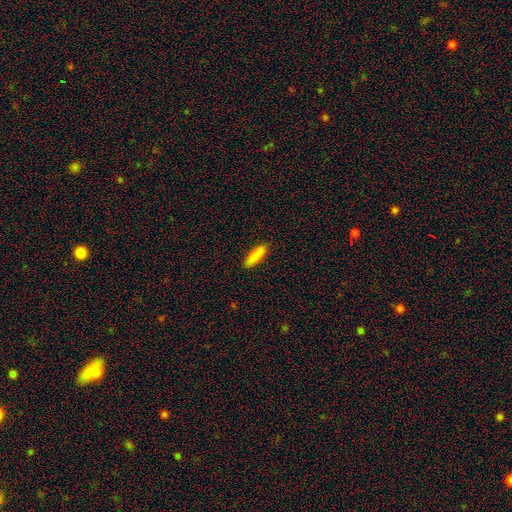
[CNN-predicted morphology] Smooth or featured?
  - smooth: 87% *
  - featured or disk: 7%
  - star or artifact: 6%
How rounded?
  - cigar-shaped: 63% *
  - in between: 36%
  - round: 1%
Merging?
  - none: 89% *
  - minor disturbance: 8%
  - major disturbance: 2%
  - merger: 1%